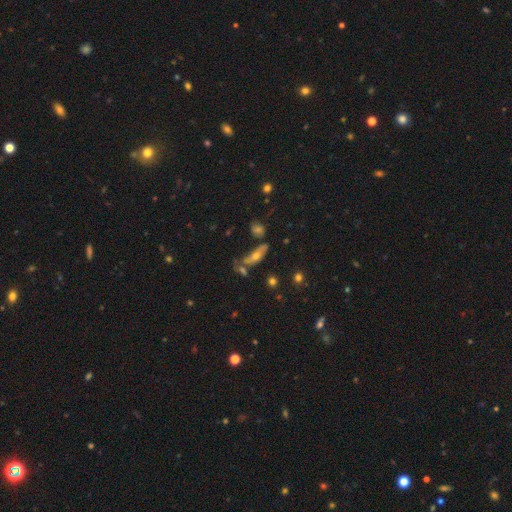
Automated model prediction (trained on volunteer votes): smooth-or-featured: smooth: 43% | featured or disk: 41% | star or artifact: 16%
  merging: none: 48% | merger: 23% | minor disturbance: 18% | major disturbance: 12%